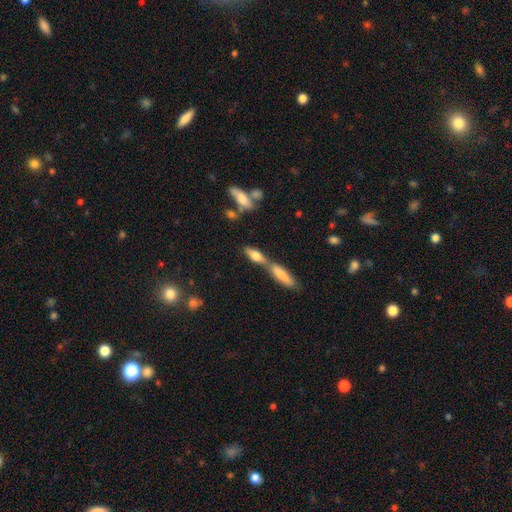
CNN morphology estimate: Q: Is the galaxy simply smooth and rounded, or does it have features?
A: smooth — 69%.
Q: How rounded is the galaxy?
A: in between — 58%.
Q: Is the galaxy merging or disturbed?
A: merger — 51%.